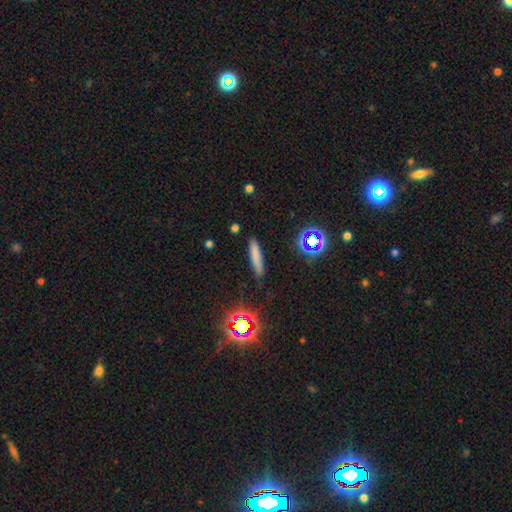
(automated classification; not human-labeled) A smooth galaxy with no disk features (73%) that is cigar-shaped (89%). Merging: none (86%).